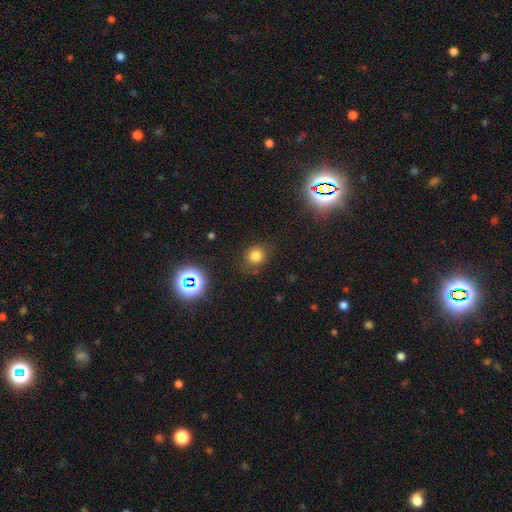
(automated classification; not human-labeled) smooth 75%, star or artifact 18%, featured or disk 7%. Down the decision tree: how rounded — round (77%); merging — none (77%).